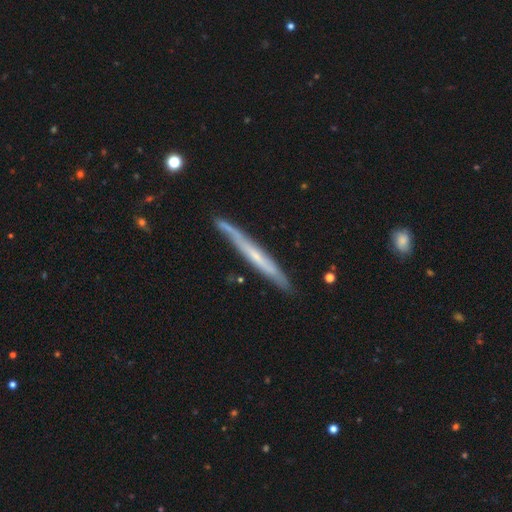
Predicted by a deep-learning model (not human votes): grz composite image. It shows a featured or disk galaxy (63%) viewed edge-on (93%) with no central bulge (70%). Merging: none (81%).